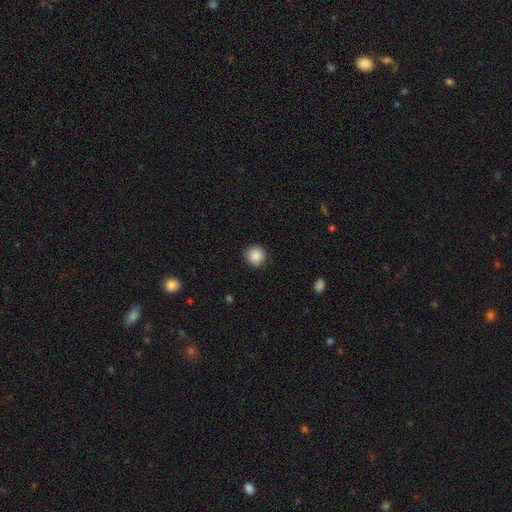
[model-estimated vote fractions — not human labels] This is clearly a smooth galaxy (87%). How rounded: clearly round (93%). Merging: clearly none (87%).